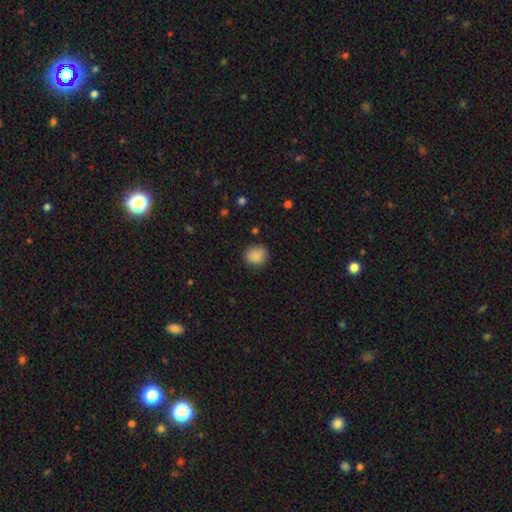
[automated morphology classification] This appears to be a smooth galaxy with no disk features (87%) that is round (78%). Merging: none (85%).